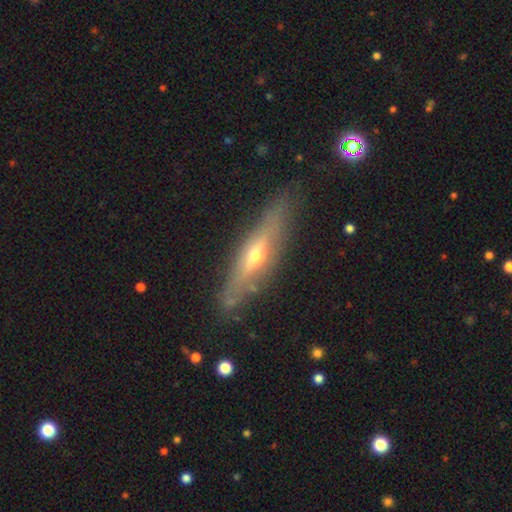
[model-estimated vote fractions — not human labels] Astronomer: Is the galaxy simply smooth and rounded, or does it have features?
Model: featured or disk — 67%.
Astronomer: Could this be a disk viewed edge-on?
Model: yes — 87%.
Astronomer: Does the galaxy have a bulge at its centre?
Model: rounded — 85%.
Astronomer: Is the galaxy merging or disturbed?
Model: none — 82%.